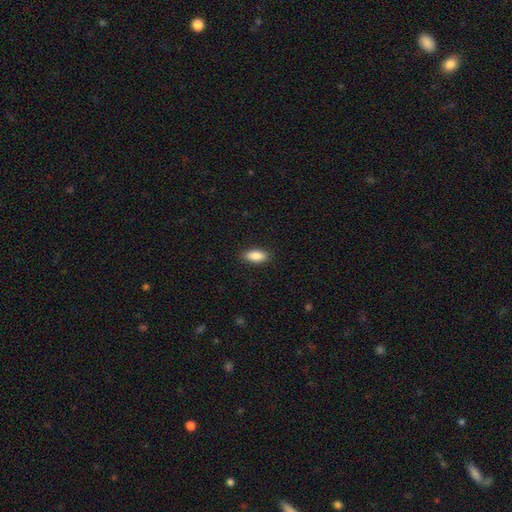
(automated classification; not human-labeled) This appears to be a smooth galaxy with no disk features (88%) that is in between round and cigar-shaped (88%). Merging: none (88%).